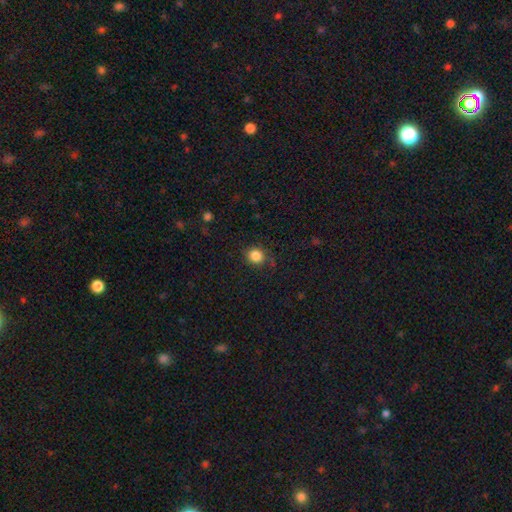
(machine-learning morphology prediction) This is clearly a smooth galaxy (85%). How rounded: clearly round (81%). Merging: clearly none (81%).